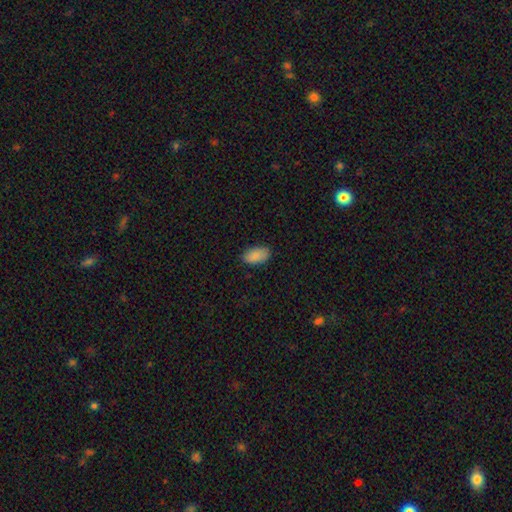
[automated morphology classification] smooth_or_featured: smooth (p=0.89) [alt: star or artifact p=0.07]
how_rounded: in between (p=0.94) [alt: round p=0.03]
merging: none (p=0.86) [alt: minor disturbance p=0.11]